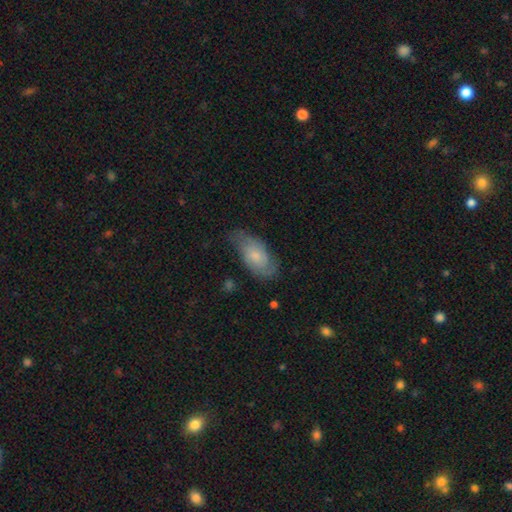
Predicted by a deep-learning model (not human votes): smooth-or-featured: smooth: 50% | featured or disk: 43% | star or artifact: 7%
  how-rounded: in between: 90% | cigar-shaped: 7% | round: 4%
  merging: none: 60% | minor disturbance: 29% | major disturbance: 9% | merger: 2%